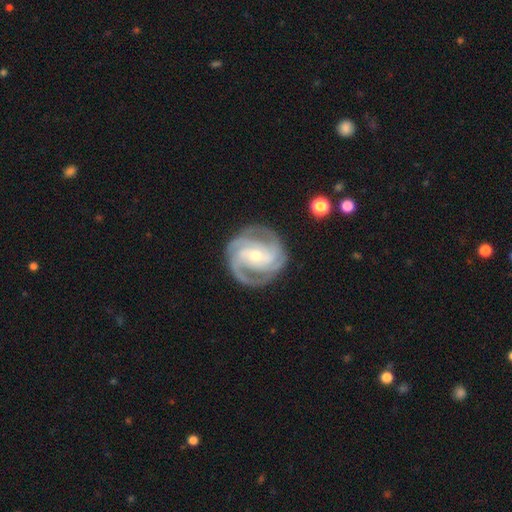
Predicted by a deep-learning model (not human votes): A featured or disk galaxy (90%) with a weak bar (40%), 3 (49%) tight (56%) spiral arms (98%) and a small central bulge (49%). Merging: none (81%).